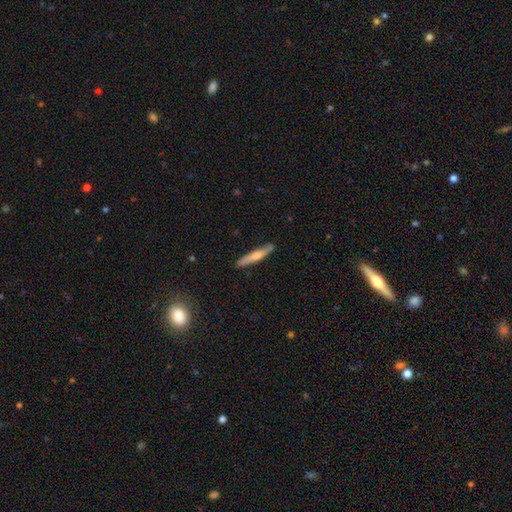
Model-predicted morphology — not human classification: Smooth or featured: smooth — 60% (featured or disk — 35%)
How rounded: cigar-shaped — 92% (in between — 7%)
Merging: none — 83% (minor disturbance — 13%)